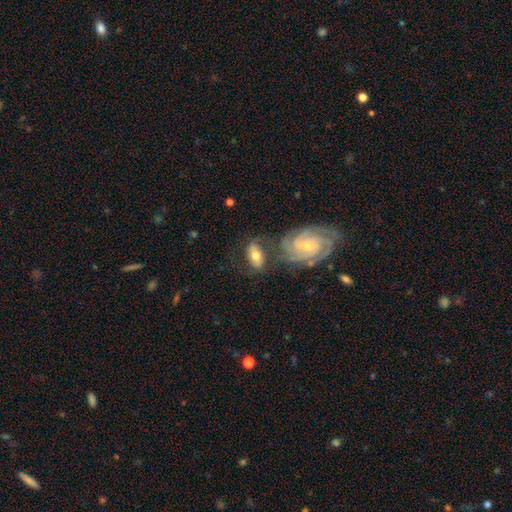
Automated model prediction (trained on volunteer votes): A featured or disk galaxy (58%) with no bar (52%), spiral arms (86%) and a moderate central bulge (54%). Merging: none (52%).